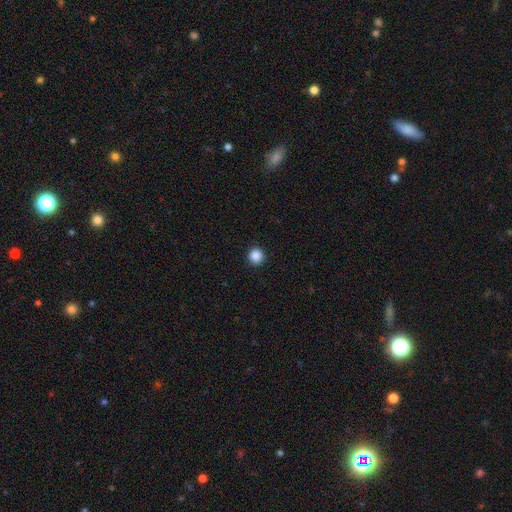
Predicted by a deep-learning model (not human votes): This is clearly a smooth galaxy (88%). How rounded: clearly round (95%). Merging: clearly none (93%).